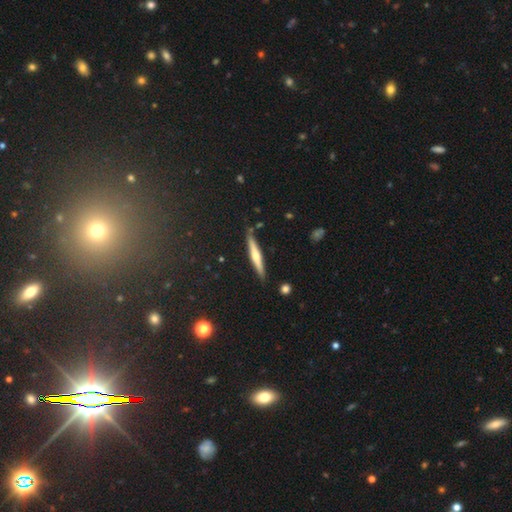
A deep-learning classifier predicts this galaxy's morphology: smooth-or-featured: featured or disk: 54% | smooth: 38% | star or artifact: 7%
  disk-edge-on: yes: 96% | no: 4%
    edge-on-bulge: rounded: 72% | none: 18% | boxy: 10%
  merging: none: 87% | minor disturbance: 9% | merger: 2% | major disturbance: 2%